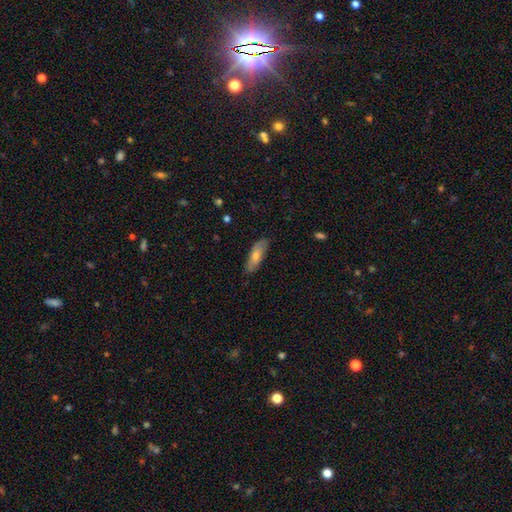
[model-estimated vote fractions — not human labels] Morphology: type=smooth (56%); roundness=in between (51%); merging=none (83%).